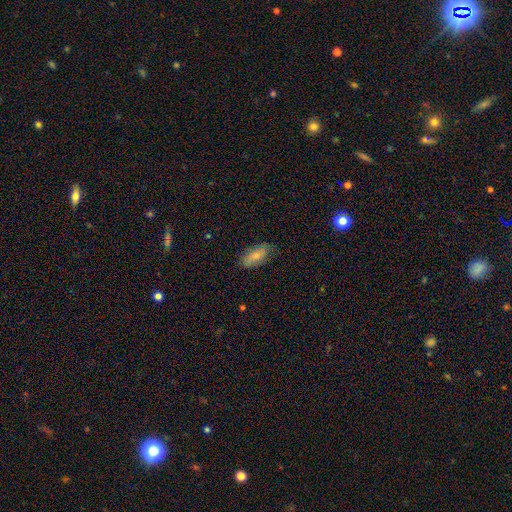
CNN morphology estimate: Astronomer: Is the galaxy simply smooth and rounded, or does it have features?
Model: smooth — 77%.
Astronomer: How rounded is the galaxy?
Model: in between — 85%.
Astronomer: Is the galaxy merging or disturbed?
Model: none — 75%.